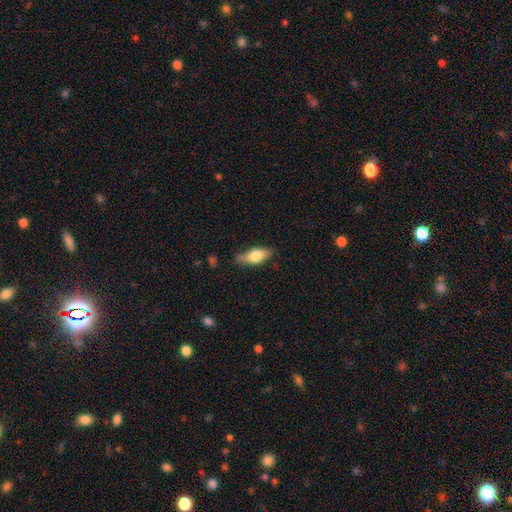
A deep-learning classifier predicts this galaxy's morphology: smooth 68%, featured or disk 26%, star or artifact 6%. Down the decision tree: how rounded — in between (73%); merging — none (73%).